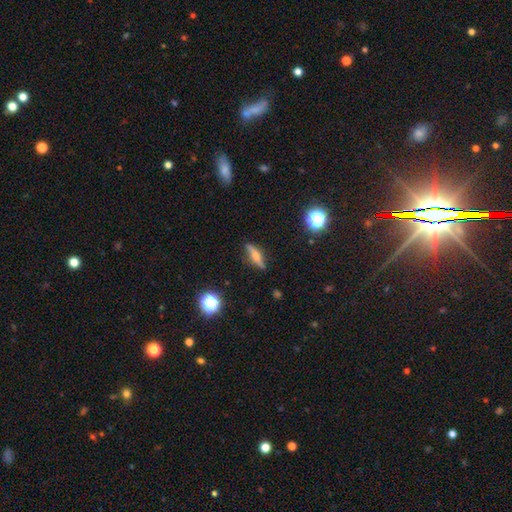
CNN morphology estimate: Smooth or featured? Predicted: featured or disk (p=0.62). Edge-on disk? Predicted: yes (p=0.90). Edge-on bulge? Predicted: rounded (p=0.90). Merging? Predicted: none (p=0.84).